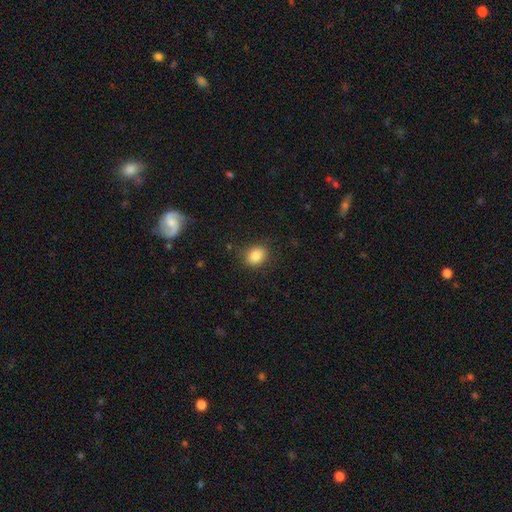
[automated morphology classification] Smooth or featured? Predicted: smooth (p=0.85). How rounded? Predicted: round (p=0.52). Merging? Predicted: none (p=0.85).